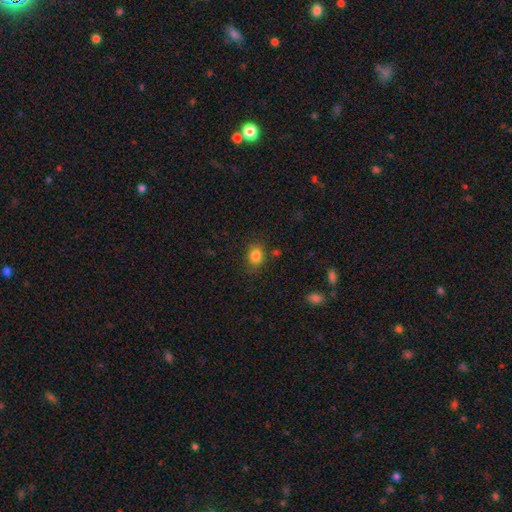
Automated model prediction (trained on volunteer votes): Overall: smooth (83%). How rounded: round (57%; in between 42%). Merging: none (79%).